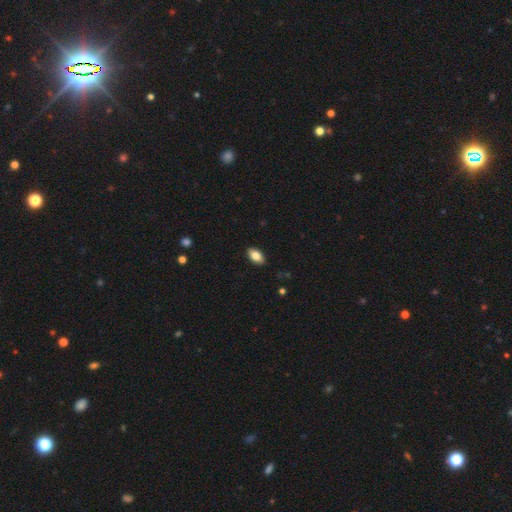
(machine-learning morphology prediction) Smooth or featured? Predicted: smooth (p=0.83). How rounded? Predicted: in between (p=0.93). Merging? Predicted: none (p=0.89).